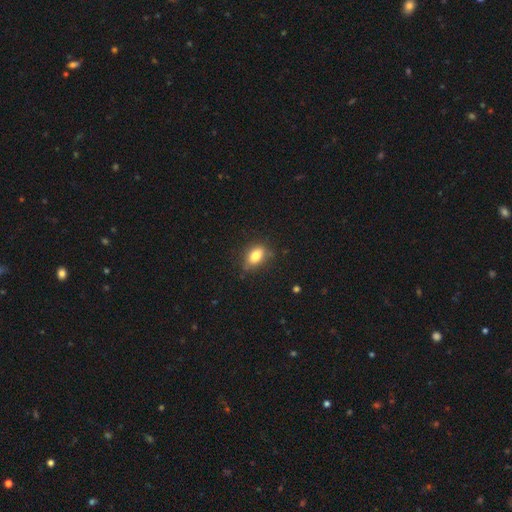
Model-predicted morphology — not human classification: Smooth or featured? smooth (80%)
How rounded? in between (83%)
Merging? none (71%)